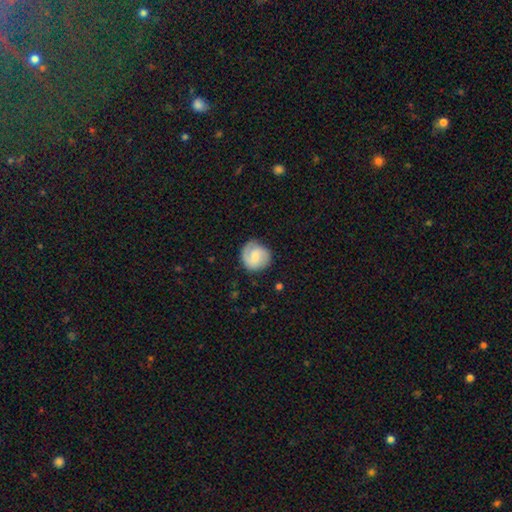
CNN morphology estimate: Smooth or featured? Predicted: featured or disk (p=0.49). Merging? Predicted: none (p=0.76).